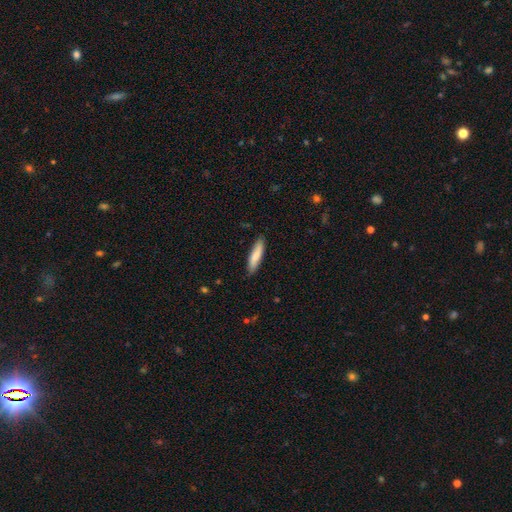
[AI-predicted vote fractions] smooth-or-featured: smooth: 81% | featured or disk: 13% | star or artifact: 6%
  how-rounded: cigar-shaped: 78% | in between: 21% | round: 1%
  merging: none: 84% | minor disturbance: 12% | major disturbance: 2% | merger: 1%